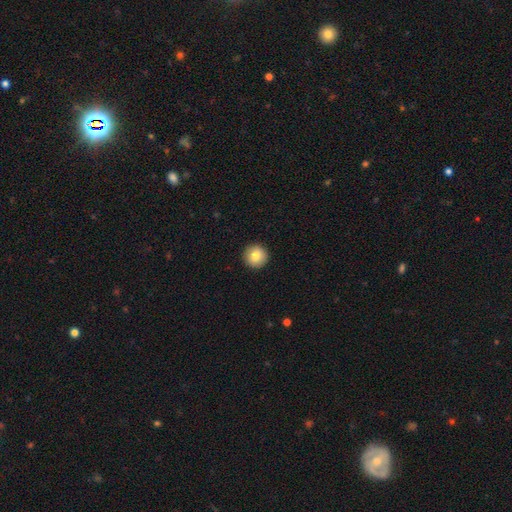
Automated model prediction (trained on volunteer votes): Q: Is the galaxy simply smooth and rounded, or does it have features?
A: smooth — 82%.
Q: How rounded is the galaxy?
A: round — 95%.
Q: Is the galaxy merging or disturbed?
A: none — 93%.